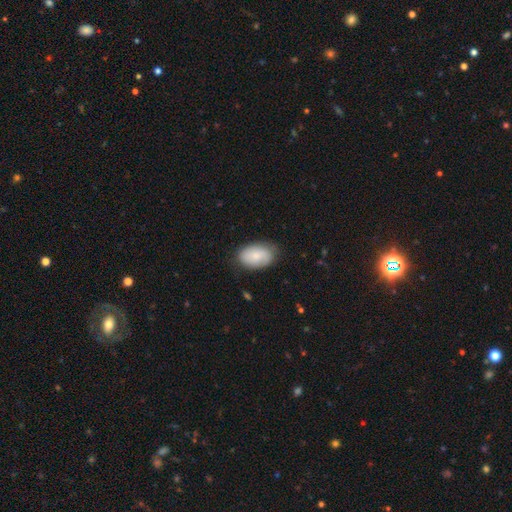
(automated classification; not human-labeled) smooth-or-featured: smooth: 76% | featured or disk: 17% | star or artifact: 6%
  how-rounded: in between: 91% | round: 8% | cigar-shaped: 1%
  merging: none: 76% | minor disturbance: 18% | major disturbance: 4% | merger: 1%